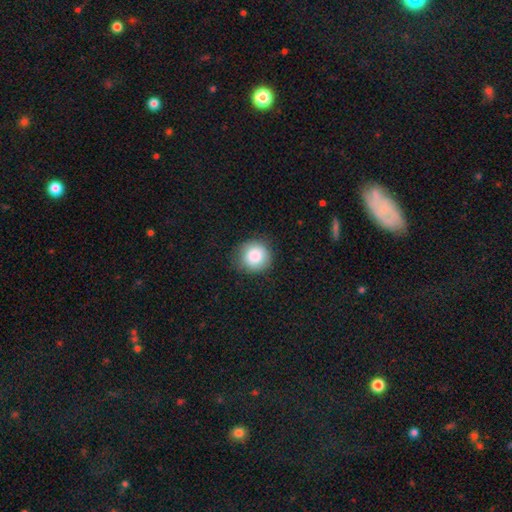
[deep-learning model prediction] This appears to be a smooth galaxy with no disk features (85%) that is round (92%). Merging: none (83%).